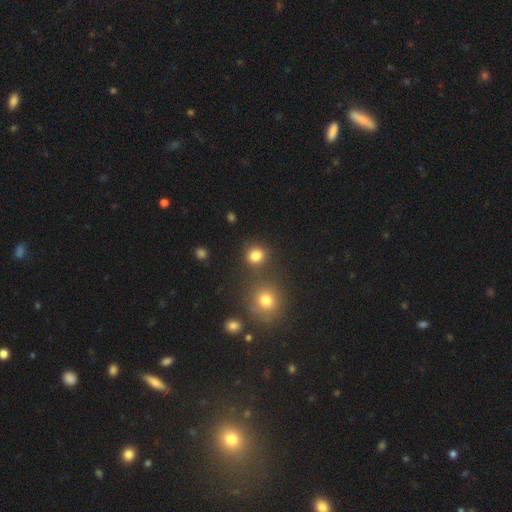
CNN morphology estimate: Smooth or featured? Predicted: smooth (p=0.81). How rounded? Predicted: round (p=0.81). Merging? Predicted: none (p=0.75).